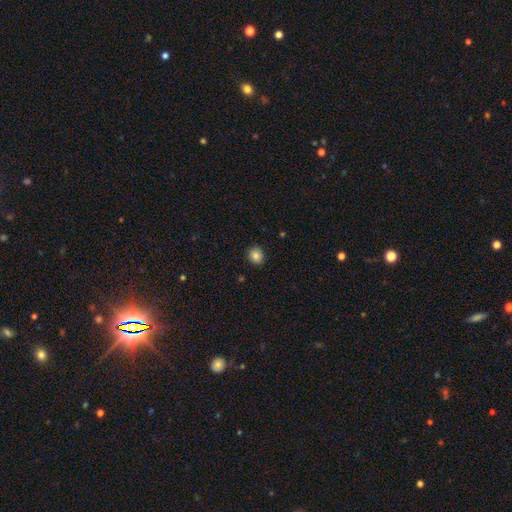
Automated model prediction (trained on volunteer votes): Smooth or featured?
  - smooth: 84% *
  - star or artifact: 10%
  - featured or disk: 7%
How rounded?
  - round: 78% *
  - in between: 21%
  - cigar-shaped: 1%
Merging?
  - none: 89% *
  - minor disturbance: 8%
  - major disturbance: 2%
  - merger: 1%